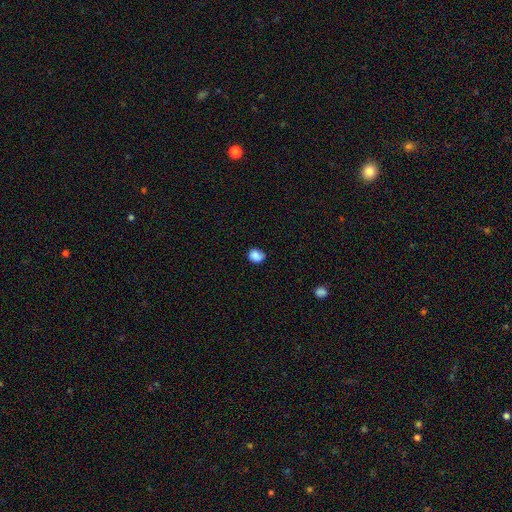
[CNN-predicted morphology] The model was most divided on "how rounded": round: 57%, in between: 43%, cigar-shaped: 1%. More confident: smooth or featured — smooth (85%); merging — none (71%).